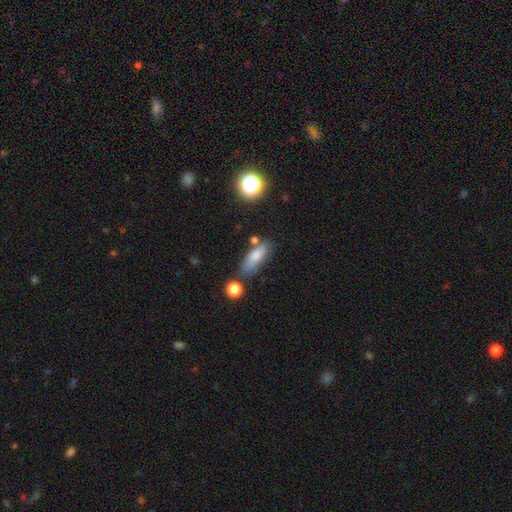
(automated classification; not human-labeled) This is likely a smooth galaxy (74%). How rounded: possibly in between (59%). Merging: likely none (65%).